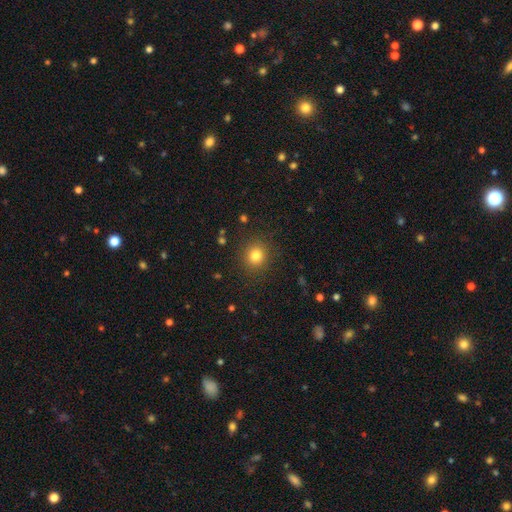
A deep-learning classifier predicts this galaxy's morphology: Smooth or featured? smooth (80%)
How rounded? round (89%)
Merging? none (89%)